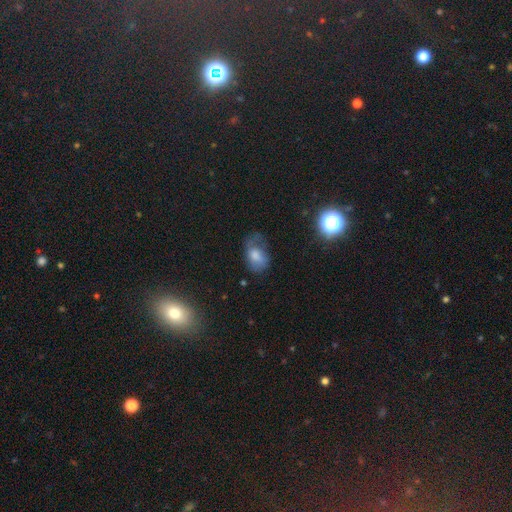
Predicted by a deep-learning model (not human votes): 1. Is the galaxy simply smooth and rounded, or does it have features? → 64% smooth, 24% featured or disk, 12% star or artifact.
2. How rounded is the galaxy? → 81% in between, 18% round, 1% cigar-shaped.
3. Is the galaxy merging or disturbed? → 34% none, 32% major disturbance, 31% minor disturbance, 3% merger.